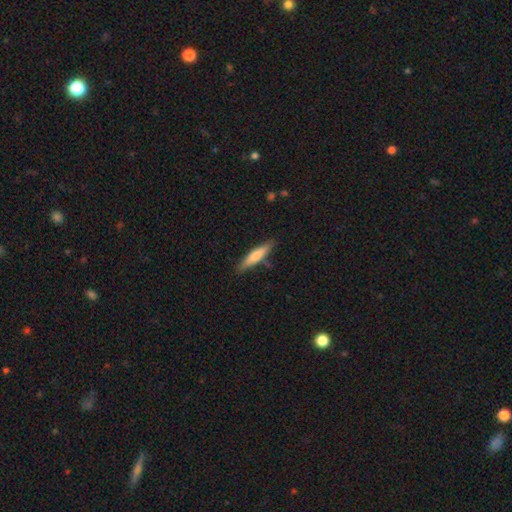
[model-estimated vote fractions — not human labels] A smooth galaxy with no disk features (70%) that is cigar-shaped (83%). Merging: none (82%).